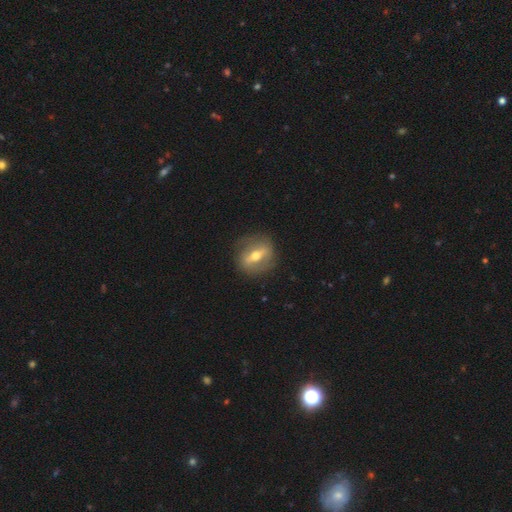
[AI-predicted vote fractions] Smooth or featured?
  - featured or disk: 66% *
  - smooth: 26%
  - star or artifact: 7%
Edge-on disk?
  - no: 74% *
  - yes: 26%
Merging?
  - none: 82% *
  - minor disturbance: 12%
  - major disturbance: 5%
  - merger: 1%